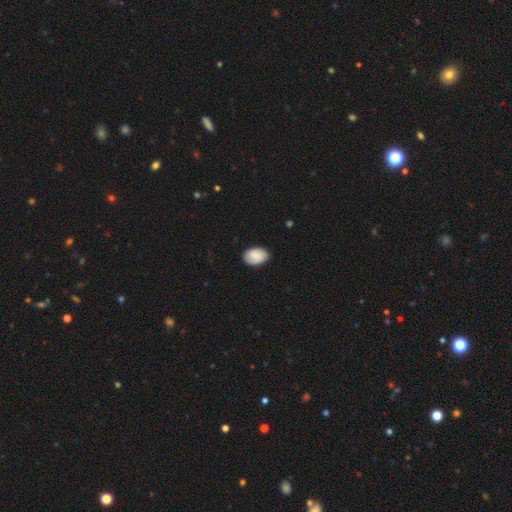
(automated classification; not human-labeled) Q: Smooth or featured?
A: smooth (86%); runner-up: featured or disk (8%)
Q: How rounded?
A: in between (86%); runner-up: round (12%)
Q: Merging?
A: none (85%); runner-up: minor disturbance (12%)